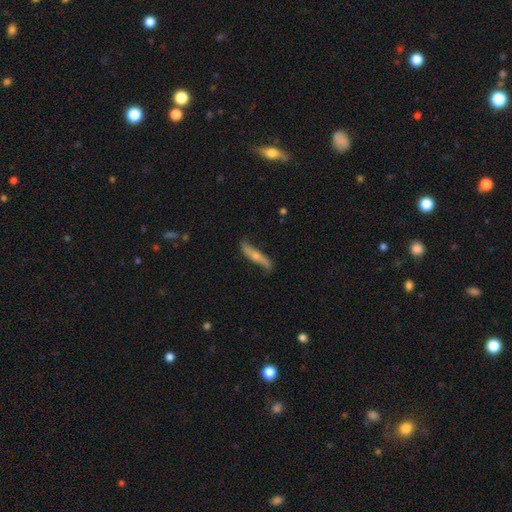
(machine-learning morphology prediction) featured or disk 56%, smooth 39%, star or artifact 6%. Down the decision tree: edge-on disk — yes (66%); merging — none (72%).